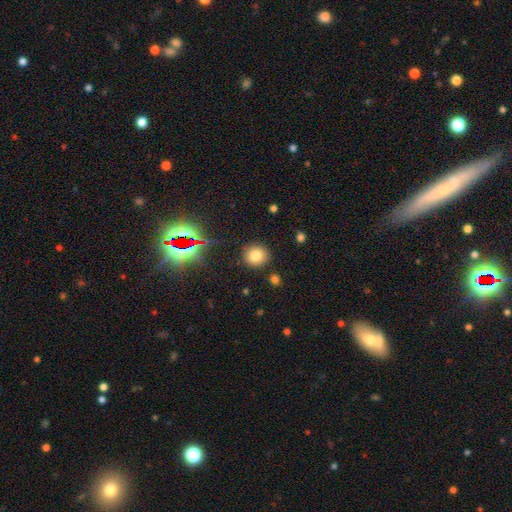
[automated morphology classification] The model was most divided on "smooth or featured": smooth: 75%, star or artifact: 16%, featured or disk: 9%. More confident: how rounded — round (89%); merging — none (88%).